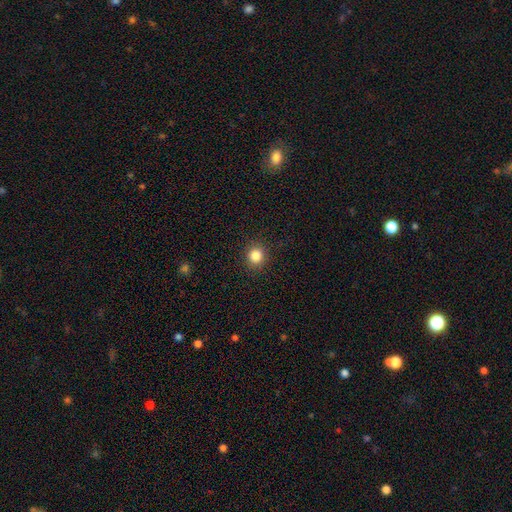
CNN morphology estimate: Smooth or featured: smooth — 84% (star or artifact — 11%)
How rounded: round — 88% (in between — 11%)
Merging: none — 91% (minor disturbance — 6%)